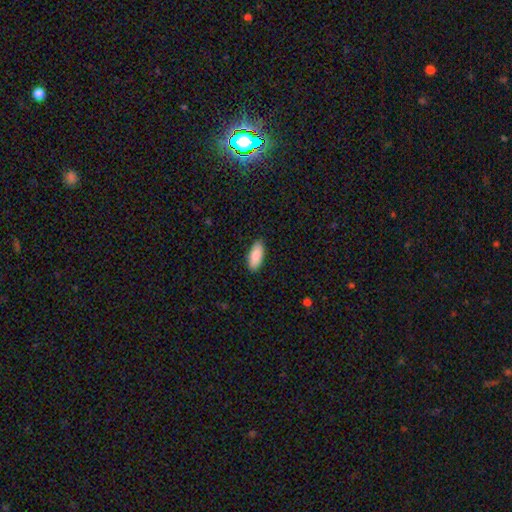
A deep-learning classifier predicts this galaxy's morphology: The model was most divided on "how rounded": in between: 86%, cigar-shaped: 13%, round: 2%. More confident: merging — none (89%); smooth or featured — smooth (87%).